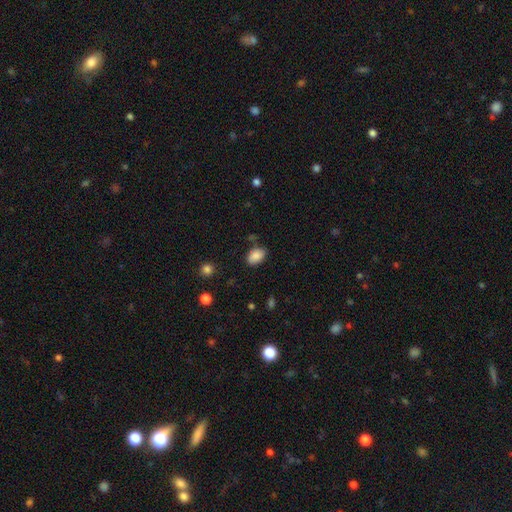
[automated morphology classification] Smooth or featured?
  - smooth: 85% *
  - star or artifact: 8%
  - featured or disk: 7%
How rounded?
  - in between: 87% *
  - round: 12%
  - cigar-shaped: 1%
Merging?
  - none: 75% *
  - minor disturbance: 17%
  - merger: 4%
  - major disturbance: 4%